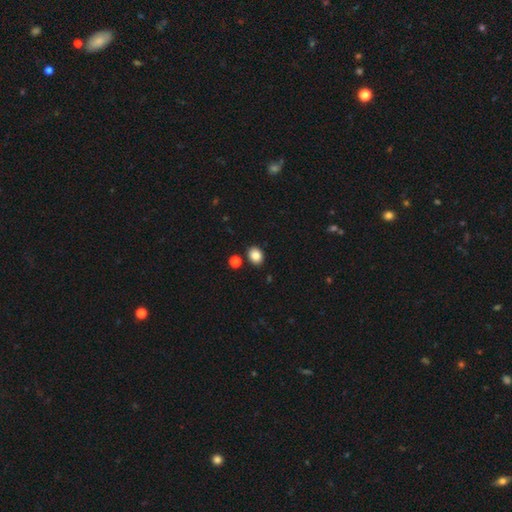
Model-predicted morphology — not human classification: Overall: smooth (85%). How rounded: in between (54%; round 45%). Merging: none (86%).